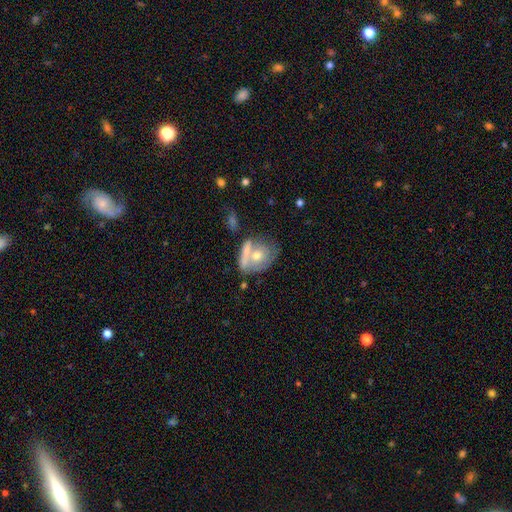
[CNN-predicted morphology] This is possibly a smooth galaxy (46%). Merging: marginally merger (40%).